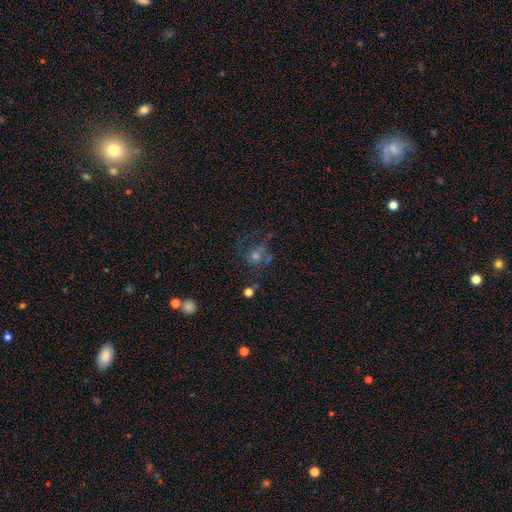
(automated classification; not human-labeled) smooth_or_featured: featured or disk (p=0.46) [alt: smooth p=0.31]
merging: none (p=0.51) [alt: major disturbance p=0.23]